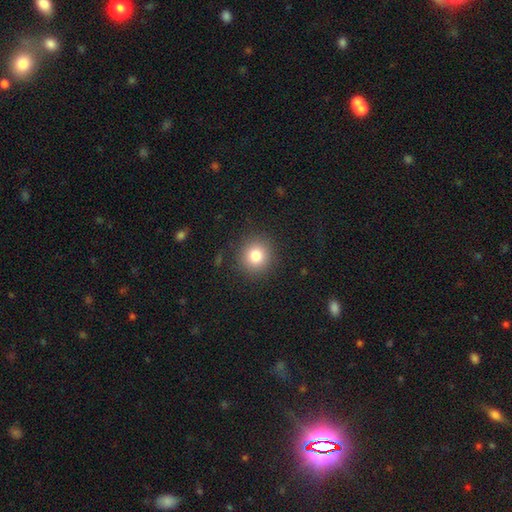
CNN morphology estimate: The model was most divided on "smooth or featured": smooth: 81%, star or artifact: 11%, featured or disk: 8%. More confident: how rounded — round (90%); merging — none (89%).